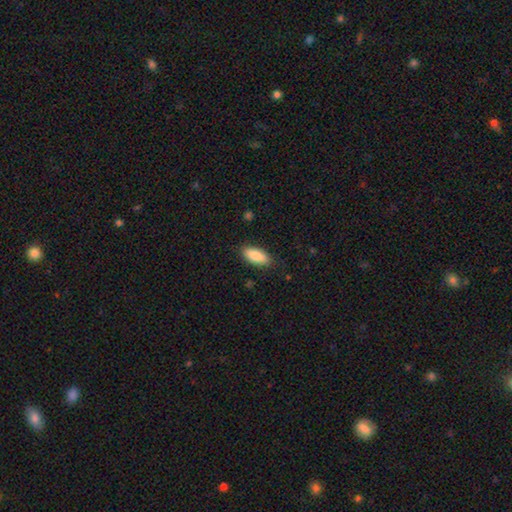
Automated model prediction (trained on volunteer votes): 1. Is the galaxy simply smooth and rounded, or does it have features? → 87% smooth, 7% featured or disk, 6% star or artifact.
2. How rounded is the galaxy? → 85% in between, 14% cigar-shaped, 2% round.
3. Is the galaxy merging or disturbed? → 85% none, 11% minor disturbance, 3% major disturbance, 1% merger.